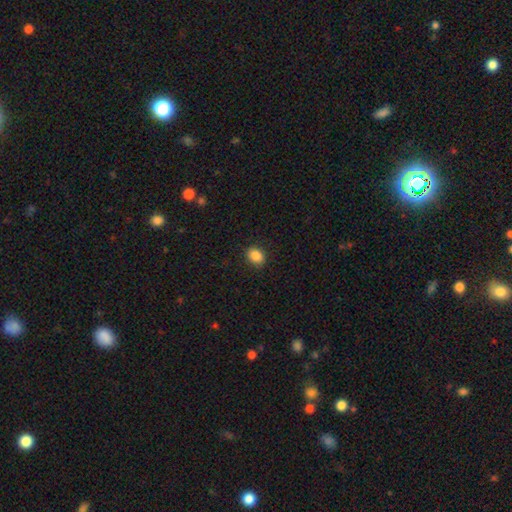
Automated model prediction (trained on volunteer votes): A smooth galaxy with no disk features (88%) that is in between round and cigar-shaped (57%). Merging: none (88%).